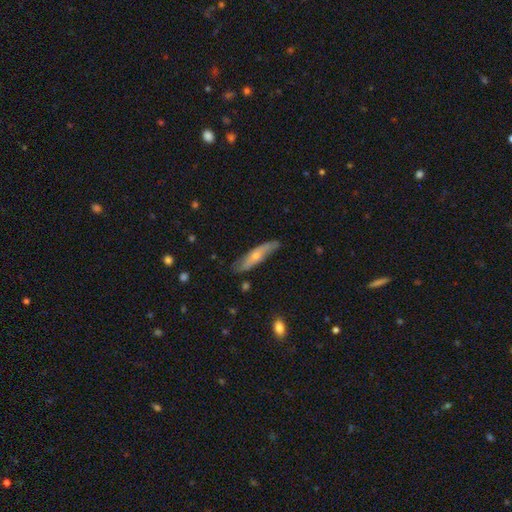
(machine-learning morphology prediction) Smooth or featured? Predicted: featured or disk (p=0.53). Edge-on disk? Predicted: yes (p=0.62). Merging? Predicted: none (p=0.75).